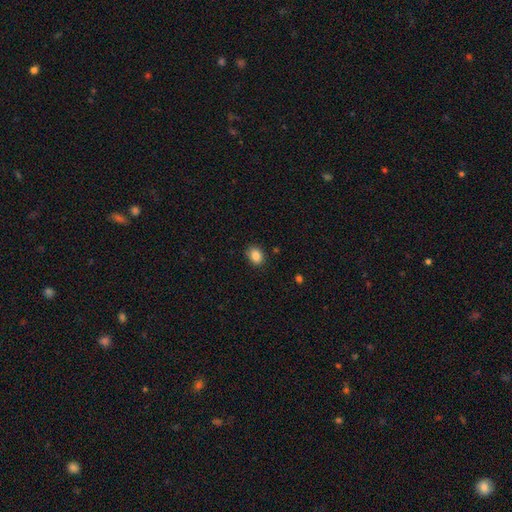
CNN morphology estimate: smooth 86%, star or artifact 9%, featured or disk 5%. Down the decision tree: how rounded — in between (61%); merging — none (86%).